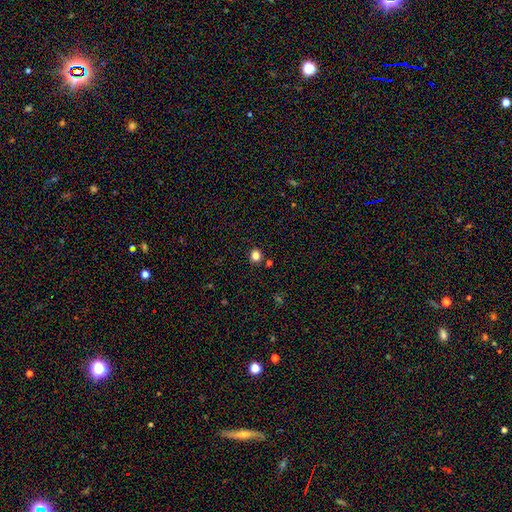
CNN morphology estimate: Smooth or featured? smooth (82%)
How rounded? round (78%)
Merging? none (88%)